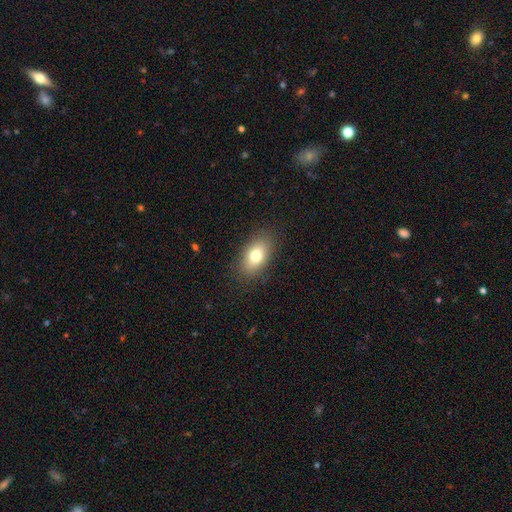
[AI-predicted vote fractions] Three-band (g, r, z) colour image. It shows a smooth galaxy with no disk features (78%) that is in between round and cigar-shaped (88%). Merging: none (86%).